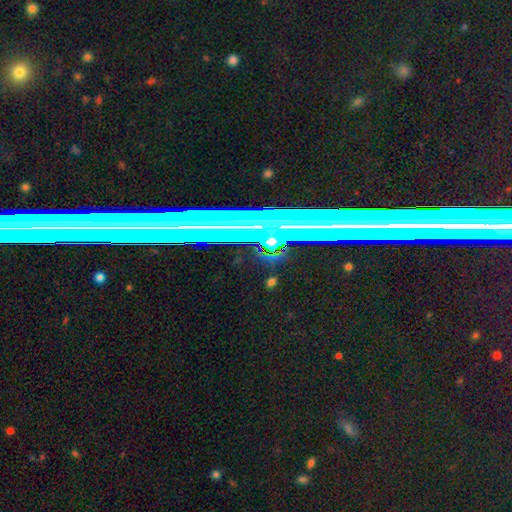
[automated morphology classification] smooth-or-featured: star or artifact: 67% | featured or disk: 18% | smooth: 15%